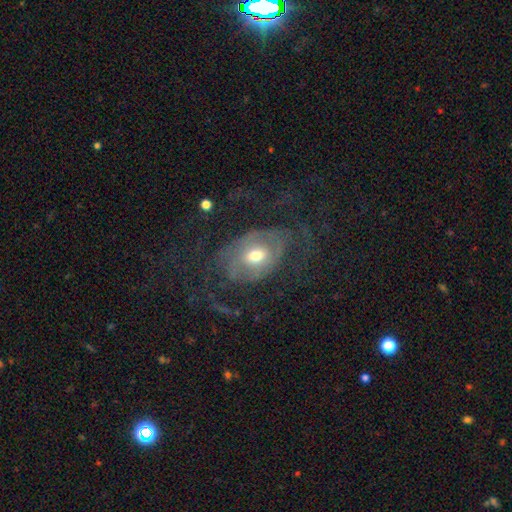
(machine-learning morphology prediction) Smooth or featured? Predicted: featured or disk (p=0.70). Edge-on disk? Predicted: no (p=0.95). Bar? Predicted: no (p=0.63). Spiral arms? Predicted: yes (p=0.70). Bulge size? Predicted: moderate (p=0.68). Merging? Predicted: none (p=0.51).